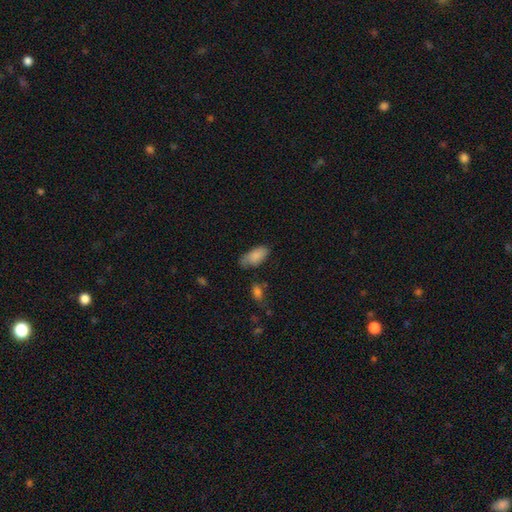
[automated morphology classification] Smooth or featured? Predicted: smooth (p=0.84). How rounded? Predicted: in between (p=0.91). Merging? Predicted: none (p=0.59).